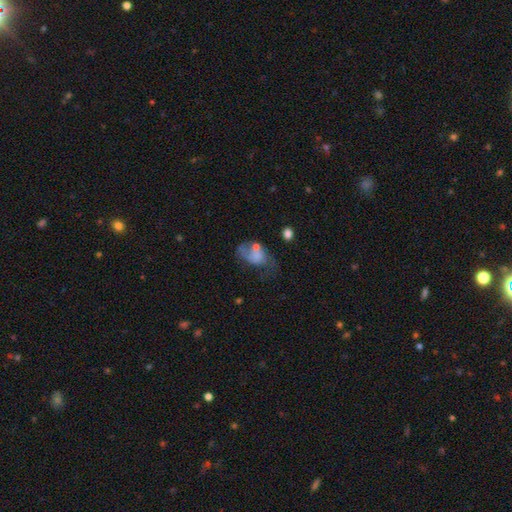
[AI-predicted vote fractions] Smooth or featured? smooth (50%)
How rounded? in between (83%)
Merging? major disturbance (37%)